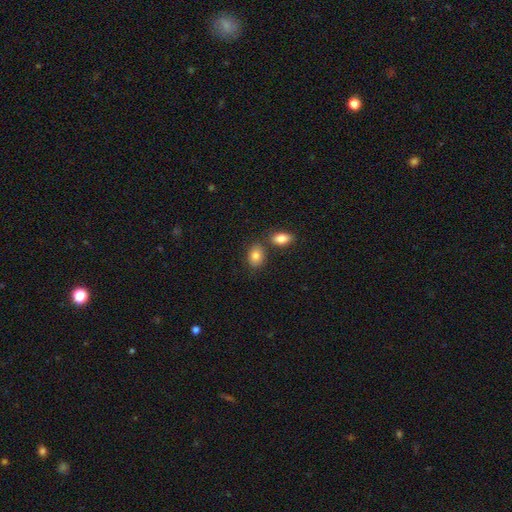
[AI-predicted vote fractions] This appears to be a smooth galaxy with no disk features (83%) that is in between round and cigar-shaped (79%). Merging: none (67%).